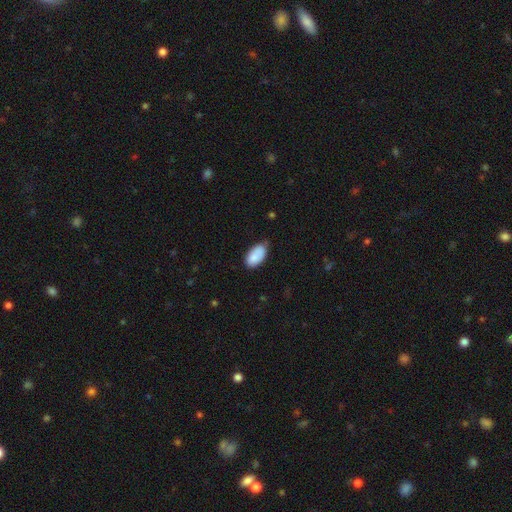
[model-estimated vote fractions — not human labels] Smooth or featured: smooth — 84% (featured or disk — 9%)
How rounded: in between — 95% (round — 3%)
Merging: none — 62% (minor disturbance — 31%)